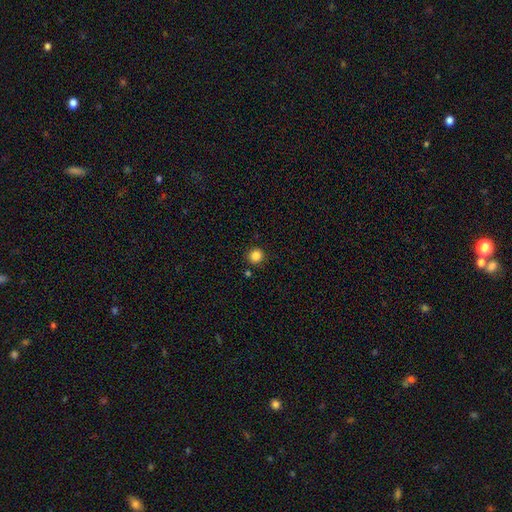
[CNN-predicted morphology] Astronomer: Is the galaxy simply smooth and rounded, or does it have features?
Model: smooth — 85%.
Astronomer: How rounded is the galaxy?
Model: round — 94%.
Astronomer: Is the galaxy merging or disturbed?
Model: none — 89%.